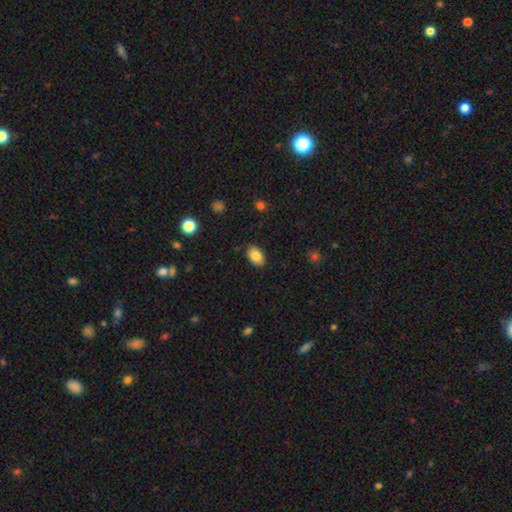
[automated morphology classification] smooth 84%, featured or disk 8%, star or artifact 8%. Down the decision tree: how rounded — in between (89%); merging — none (87%).